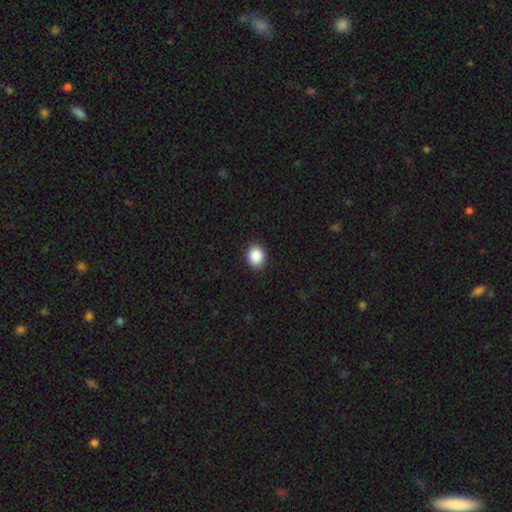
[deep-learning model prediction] A smooth galaxy with no disk features (88%) that is in between round and cigar-shaped (51%).

Vote fractions:
- Smooth or featured? smooth: 88% / star or artifact: 8% / featured or disk: 4%
- How rounded? in between: 51% / round: 48% / cigar-shaped: 1%
- Merging? none: 89% / minor disturbance: 8% / major disturbance: 2% / merger: 1%